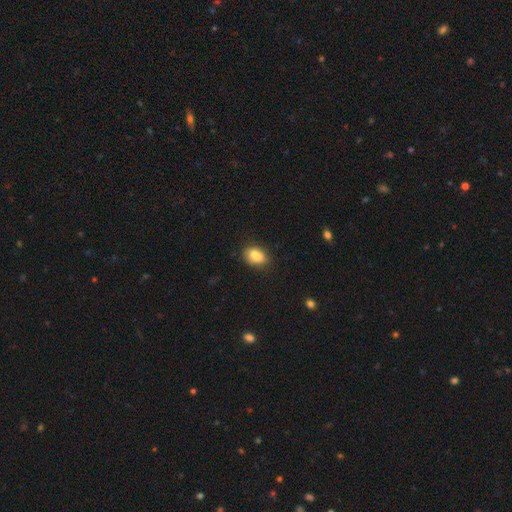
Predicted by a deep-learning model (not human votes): The model was most divided on "merging": none: 66%, minor disturbance: 20%, merger: 9%, major disturbance: 5%. More confident: smooth or featured — smooth (82%); how rounded — in between (81%).